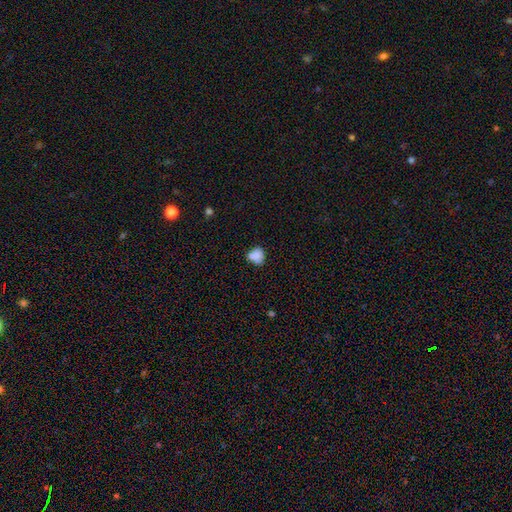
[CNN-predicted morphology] Smooth or featured? smooth (79%)
How rounded? round (63%)
Merging? none (51%)